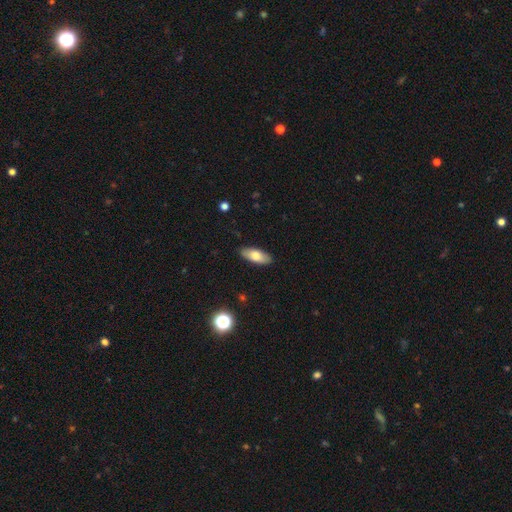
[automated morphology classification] This appears to be a smooth galaxy with no disk features (75%) that is in between round and cigar-shaped (79%). Merging: none (88%).